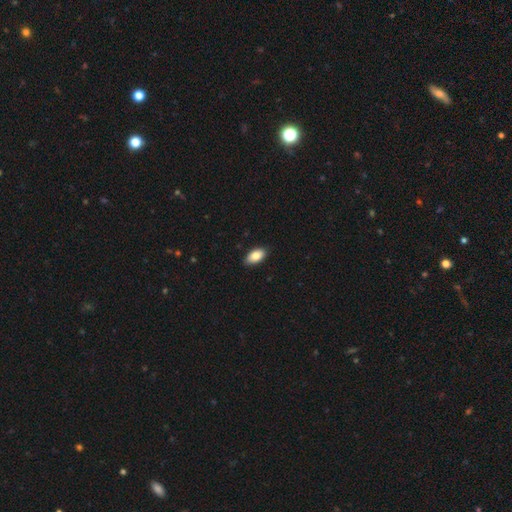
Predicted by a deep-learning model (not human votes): Smooth or featured? smooth (84%)
How rounded? in between (94%)
Merging? none (87%)